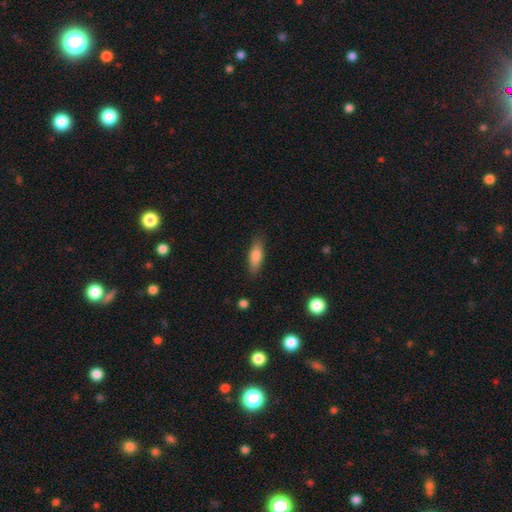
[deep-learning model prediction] Morphology: type=smooth (80%); roundness=in between (62%); merging=none (83%).